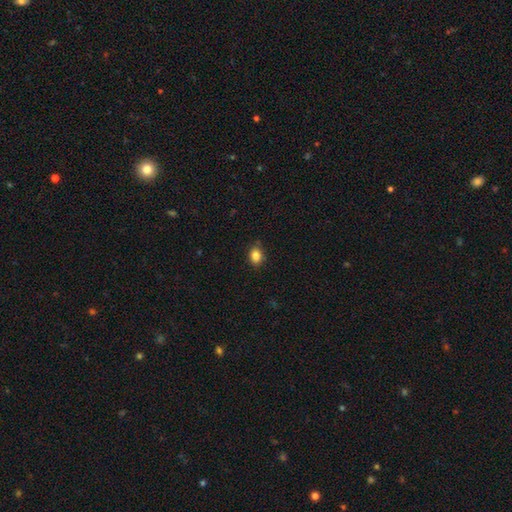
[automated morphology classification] Smooth or featured? smooth (85%)
How rounded? in between (57%)
Merging? none (82%)